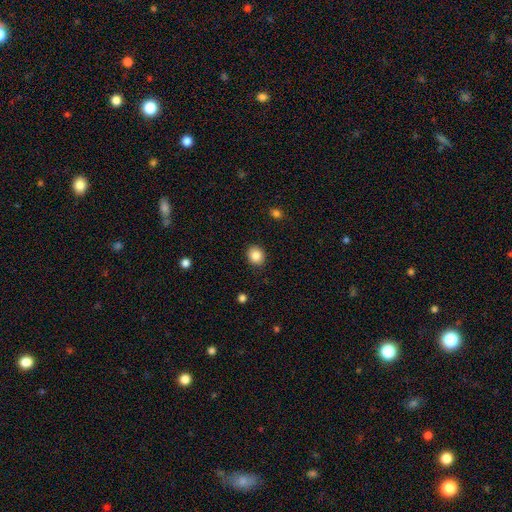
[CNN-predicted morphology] Smooth or featured? Predicted: smooth (p=0.86). How rounded? Predicted: round (p=0.68). Merging? Predicted: none (p=0.89).